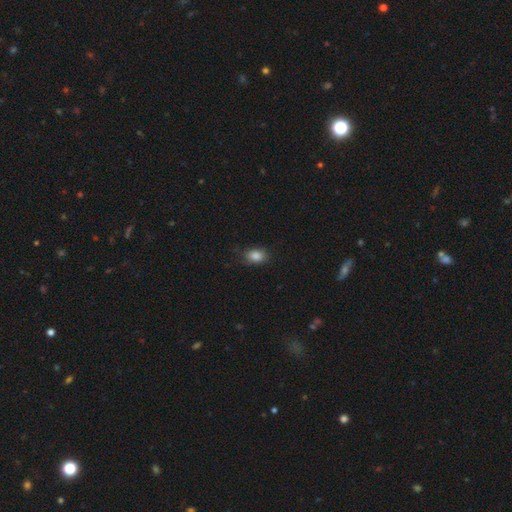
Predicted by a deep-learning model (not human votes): This is clearly a smooth galaxy (85%). How rounded: likely in between (76%). Merging: likely none (76%).